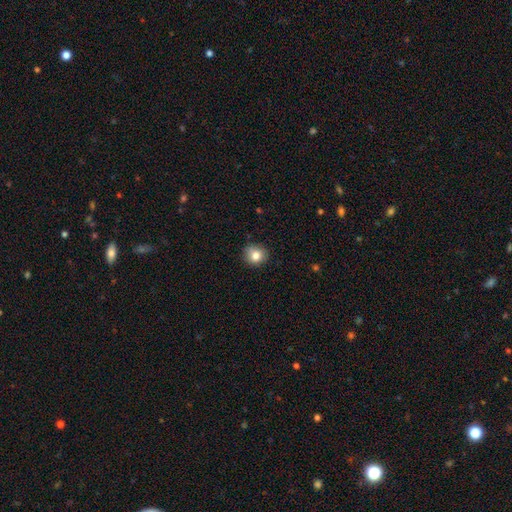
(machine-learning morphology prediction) A smooth galaxy with no disk features (82%) that is round (83%). Merging: none (84%).